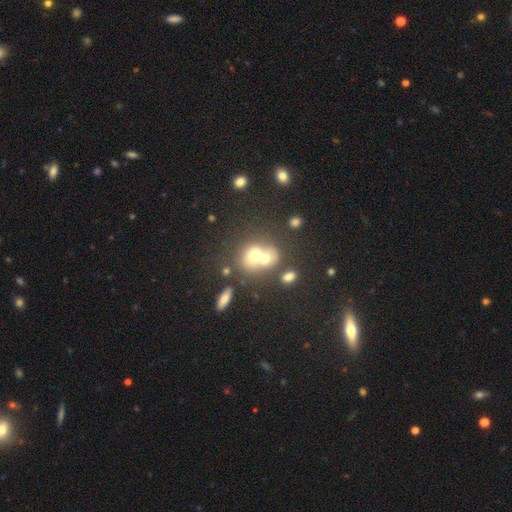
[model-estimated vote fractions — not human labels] smooth_or_featured: smooth (p=0.60) [alt: featured or disk p=0.24]
how_rounded: round (p=0.64) [alt: in between p=0.34]
merging: merger (p=0.57) [alt: none p=0.29]